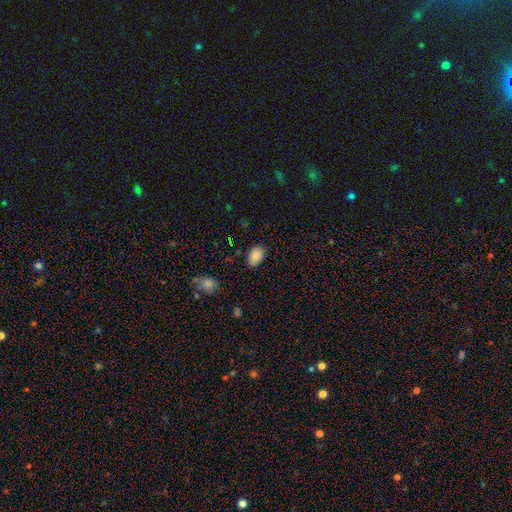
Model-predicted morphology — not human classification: This appears to be a smooth galaxy with no disk features (85%) that is in between round and cigar-shaped (82%). Merging: none (80%).